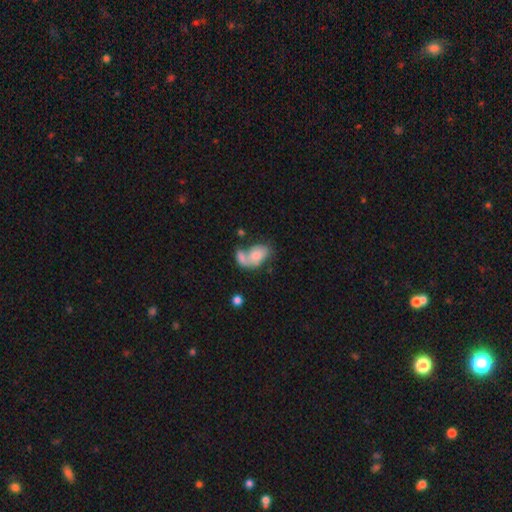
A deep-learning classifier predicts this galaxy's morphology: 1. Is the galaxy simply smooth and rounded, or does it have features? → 70% smooth, 23% featured or disk, 7% star or artifact.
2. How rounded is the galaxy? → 88% in between, 10% round, 2% cigar-shaped.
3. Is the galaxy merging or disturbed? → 54% merger, 23% none, 13% minor disturbance, 11% major disturbance.